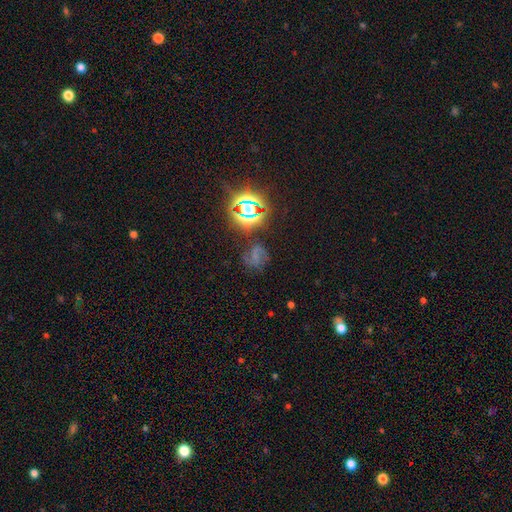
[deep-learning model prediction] Smooth or featured? Predicted: featured or disk (p=0.42). Merging? Predicted: none (p=0.62).